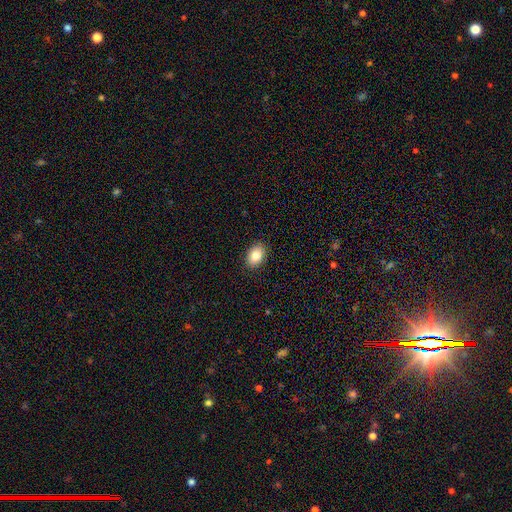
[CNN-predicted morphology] The model was most divided on "how rounded": in between: 84%, round: 15%, cigar-shaped: 1%. More confident: merging — none (89%); smooth or featured — smooth (85%).